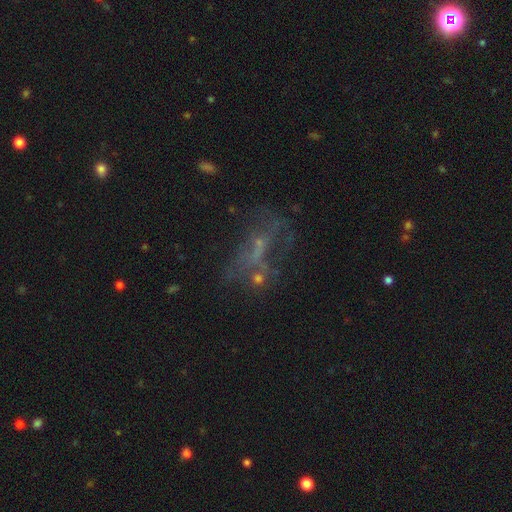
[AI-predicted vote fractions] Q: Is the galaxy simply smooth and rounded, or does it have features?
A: featured or disk — 43%.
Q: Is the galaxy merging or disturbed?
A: none — 41%.